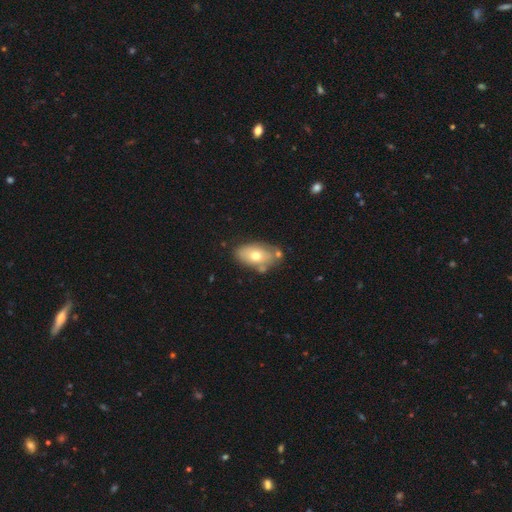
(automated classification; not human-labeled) smooth-or-featured: smooth: 64% | featured or disk: 29% | star or artifact: 7%
  how-rounded: in between: 91% | round: 6% | cigar-shaped: 3%
  merging: none: 64% | minor disturbance: 20% | merger: 12% | major disturbance: 5%